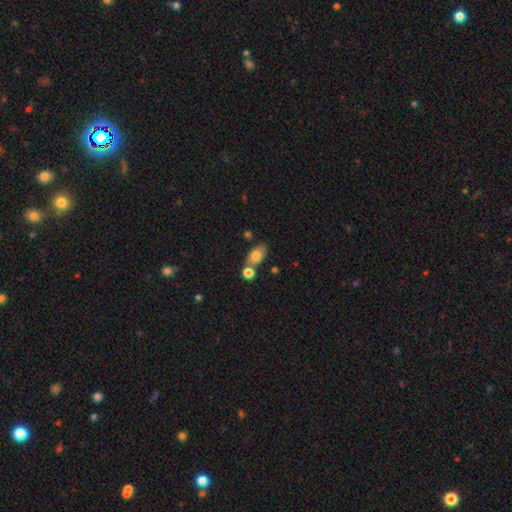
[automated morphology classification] smooth-or-featured: smooth: 75% | featured or disk: 16% | star or artifact: 8%
  how-rounded: in between: 85% | round: 12% | cigar-shaped: 4%
  merging: none: 57% | merger: 26% | minor disturbance: 13% | major disturbance: 4%